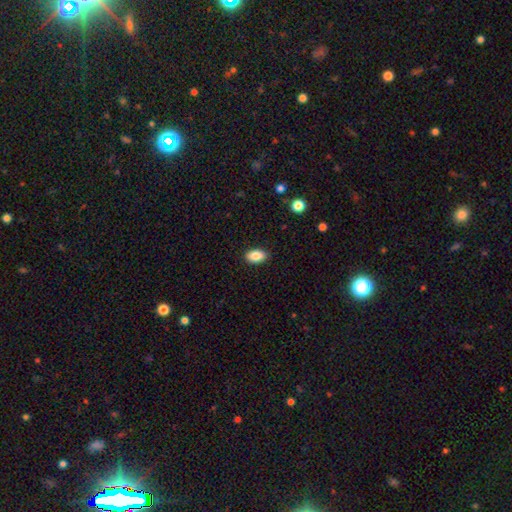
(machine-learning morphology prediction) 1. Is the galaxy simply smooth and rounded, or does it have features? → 86% smooth, 8% star or artifact, 6% featured or disk.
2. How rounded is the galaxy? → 91% in between, 7% round, 2% cigar-shaped.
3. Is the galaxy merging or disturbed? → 89% none, 8% minor disturbance, 2% major disturbance, 1% merger.